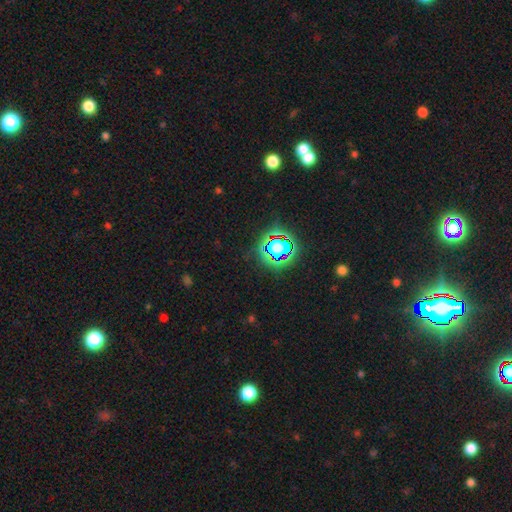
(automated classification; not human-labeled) The model was most divided on "smooth or featured": star or artifact: 79%, smooth: 13%, featured or disk: 8%.